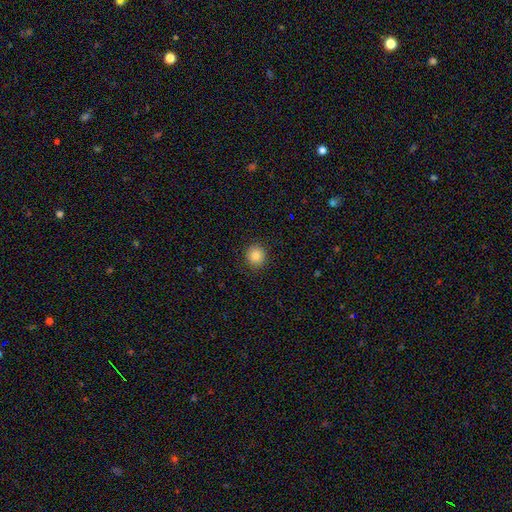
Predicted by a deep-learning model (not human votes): Smooth or featured? smooth (85%)
How rounded? round (89%)
Merging? none (91%)